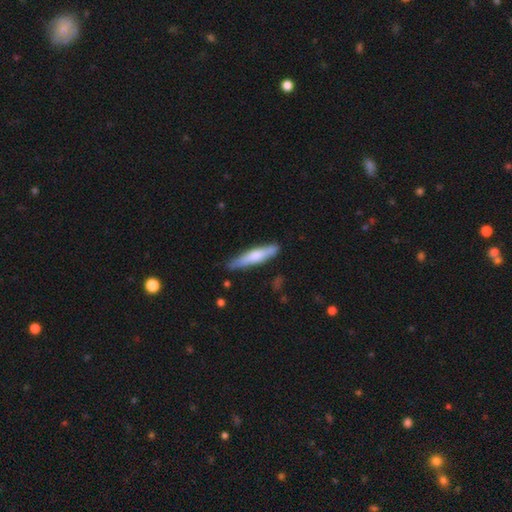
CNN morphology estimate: smooth 62%, featured or disk 33%, star or artifact 5%. Down the decision tree: how rounded — cigar-shaped (87%); merging — none (81%).